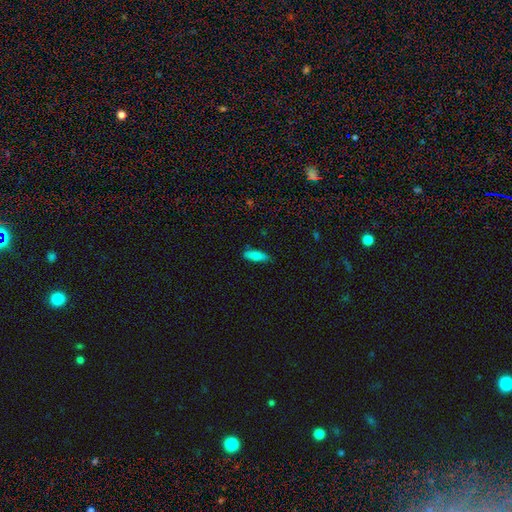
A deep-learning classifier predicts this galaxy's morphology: The model was most divided on "how rounded": in between: 58%, cigar-shaped: 40%, round: 2%. More confident: merging — none (81%); smooth or featured — smooth (75%).